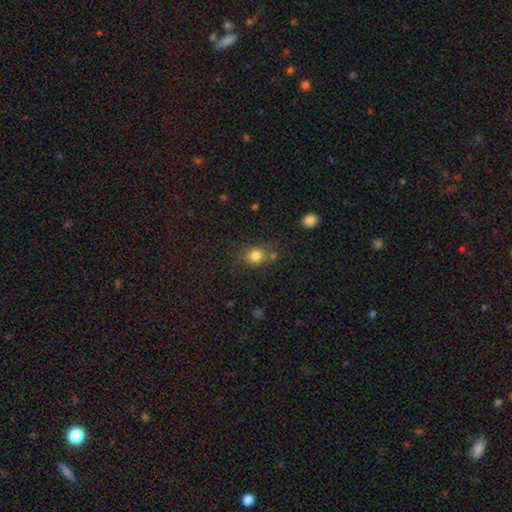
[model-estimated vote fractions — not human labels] The model was most divided on "how rounded": round: 70%, in between: 29%, cigar-shaped: 1%. More confident: smooth or featured — smooth (81%); merging — none (68%).